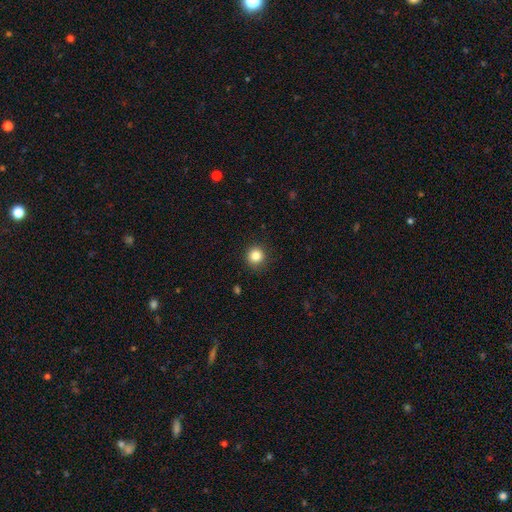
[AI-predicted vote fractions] The model was most divided on "smooth or featured": smooth: 83%, star or artifact: 11%, featured or disk: 5%. More confident: how rounded — round (94%); merging — none (90%).